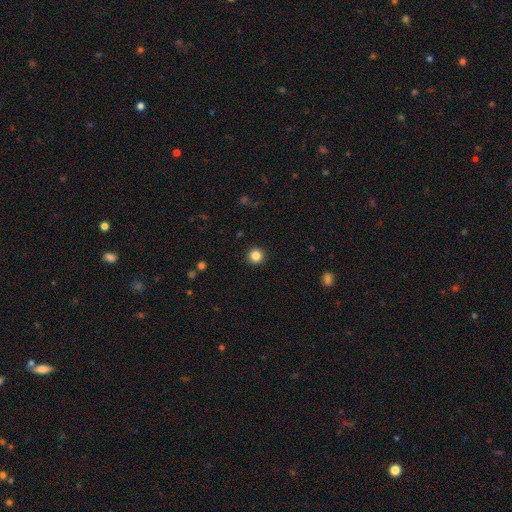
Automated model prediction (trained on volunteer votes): smooth-or-featured: smooth: 85% | star or artifact: 11% | featured or disk: 4%
  how-rounded: round: 95% | in between: 4% | cigar-shaped: 1%
  merging: none: 92% | minor disturbance: 5% | major disturbance: 2% | merger: 1%